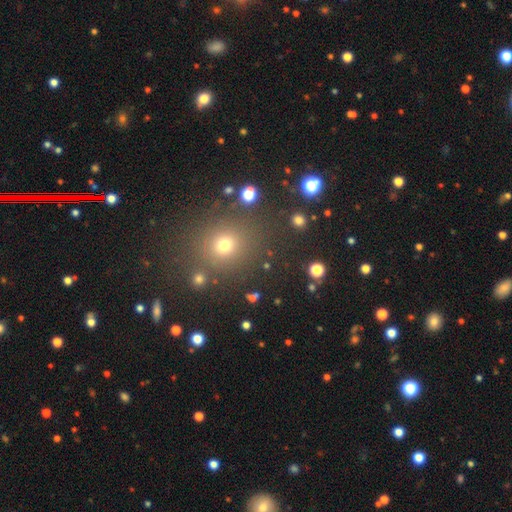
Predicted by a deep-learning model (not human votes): Morphology: type=smooth (49%); merging=none (86%).